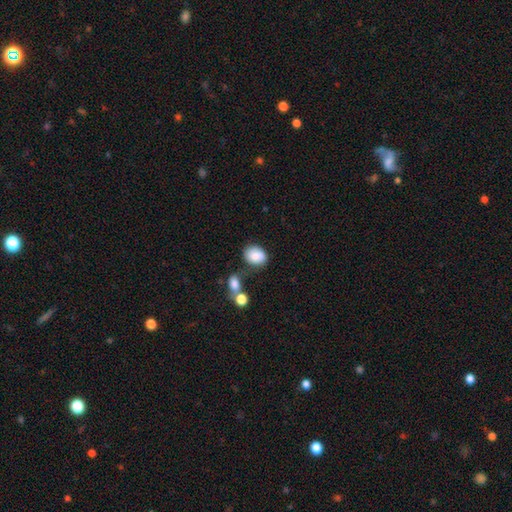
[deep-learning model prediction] Morphology: type=smooth (85%); roundness=in between (65%); merging=none (61%).